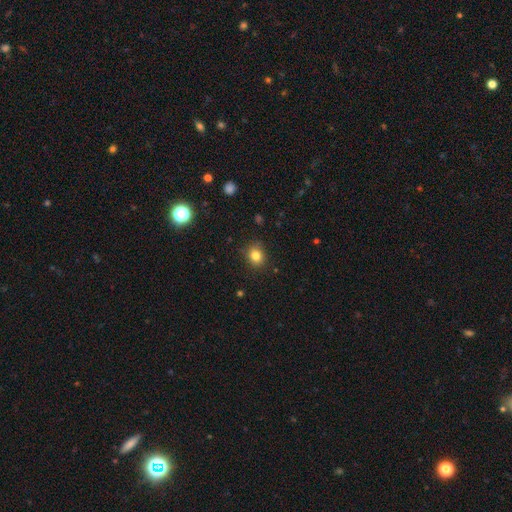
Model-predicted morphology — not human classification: Smooth or featured? Predicted: smooth (p=0.82). How rounded? Predicted: round (p=0.69). Merging? Predicted: none (p=0.84).